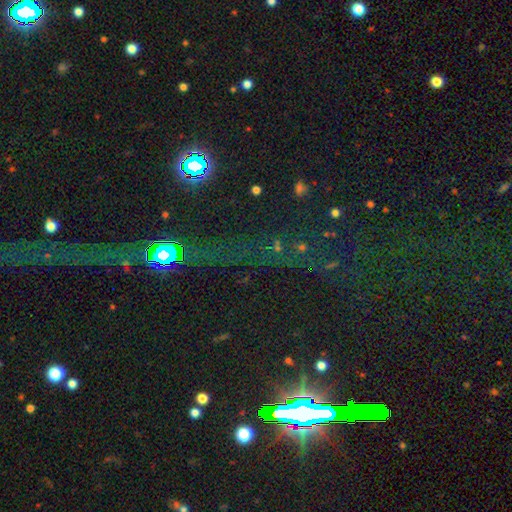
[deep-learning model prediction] A star or artifact, not a galaxy (75%).

Vote fractions:
- Smooth or featured? star or artifact: 75% / smooth: 16% / featured or disk: 9%